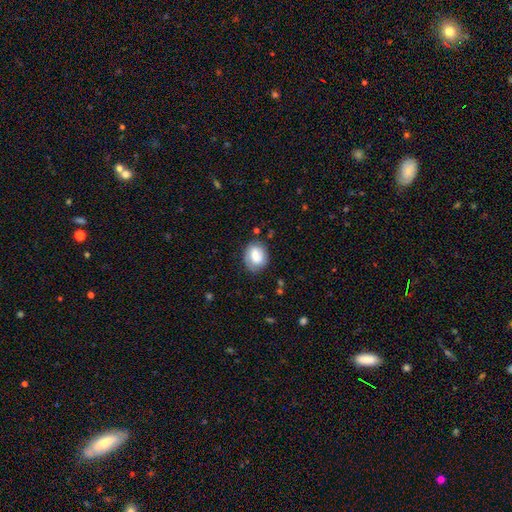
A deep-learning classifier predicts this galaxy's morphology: Smooth or featured? smooth (58%)
How rounded? in between (51%)
Merging? none (72%)